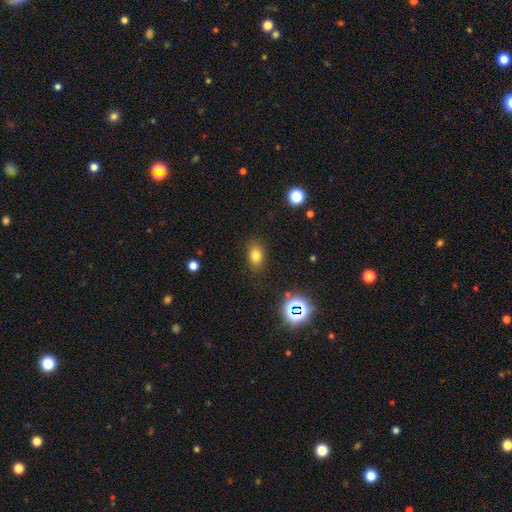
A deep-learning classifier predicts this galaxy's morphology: Smooth or featured? smooth (77%)
How rounded? in between (76%)
Merging? none (83%)